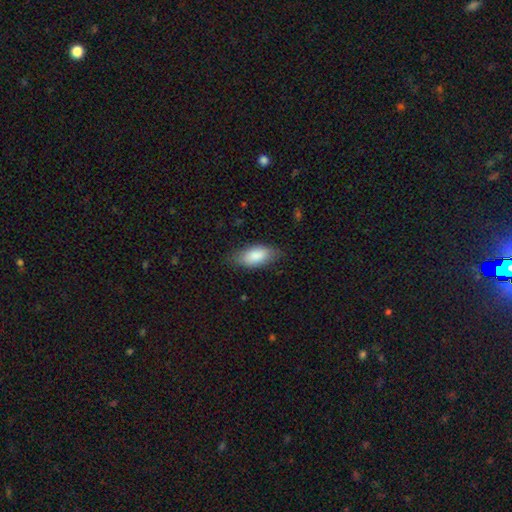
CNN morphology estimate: smooth_or_featured: smooth (p=0.85) [alt: featured or disk p=0.09]
how_rounded: in between (p=0.88) [alt: cigar-shaped p=0.09]
merging: none (p=0.76) [alt: minor disturbance p=0.18]